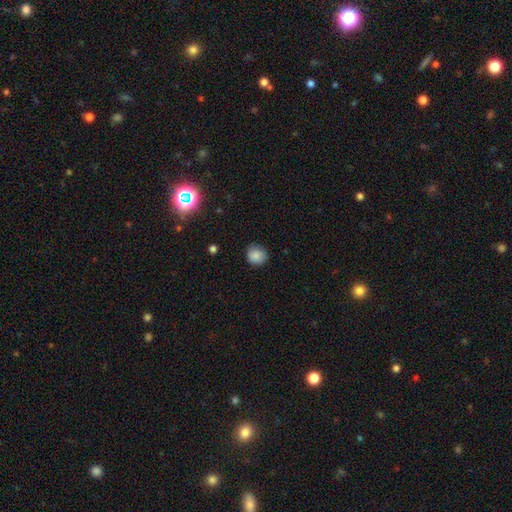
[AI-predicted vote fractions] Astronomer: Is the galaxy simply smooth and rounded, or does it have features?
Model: smooth — 85%.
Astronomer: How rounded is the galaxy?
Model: round — 86%.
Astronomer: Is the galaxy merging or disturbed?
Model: none — 80%.